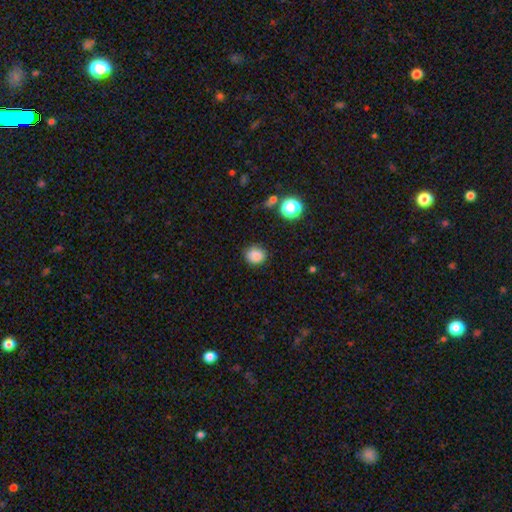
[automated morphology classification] Smooth or featured: smooth — 84% (star or artifact — 11%)
How rounded: round — 74% (in between — 25%)
Merging: none — 83% (minor disturbance — 13%)